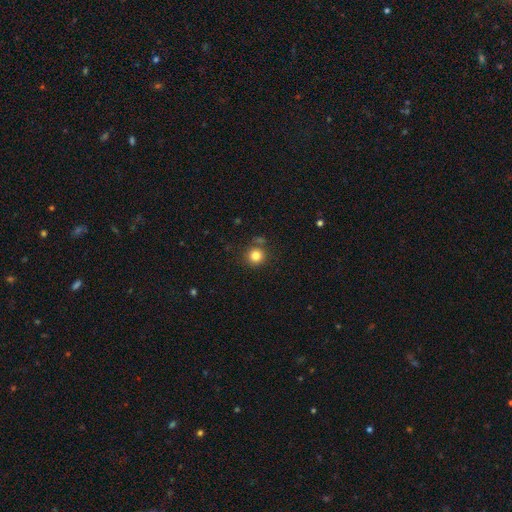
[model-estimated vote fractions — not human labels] This is clearly a smooth galaxy (83%). How rounded: clearly round (93%). Merging: likely none (80%).